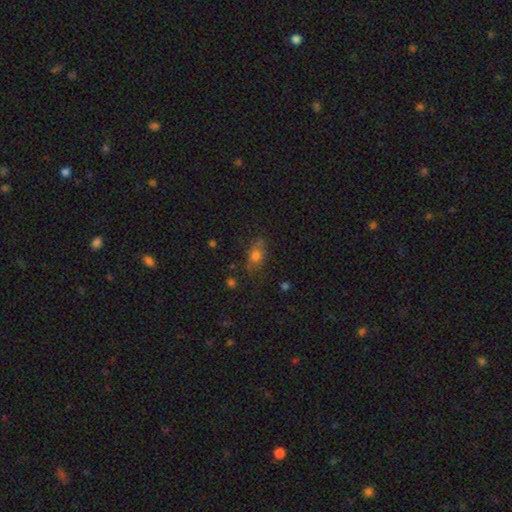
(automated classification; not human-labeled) This is likely a smooth galaxy (68%). How rounded: likely in between (69%). Merging: likely none (64%).